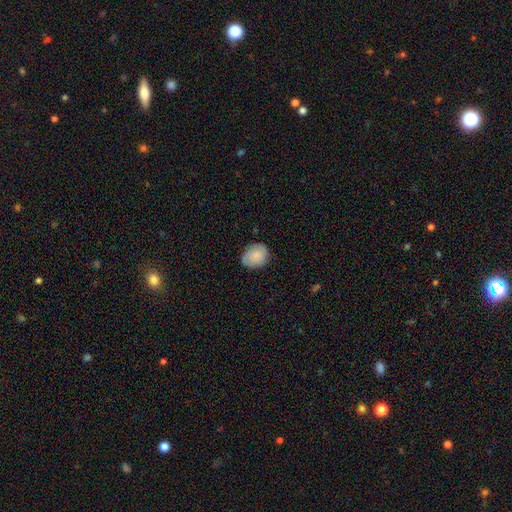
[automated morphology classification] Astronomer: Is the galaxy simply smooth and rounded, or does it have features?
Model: smooth — 77%.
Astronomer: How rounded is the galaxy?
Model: round — 55% (runner-up: in between, 44%).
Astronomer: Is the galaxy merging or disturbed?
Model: none — 78%.